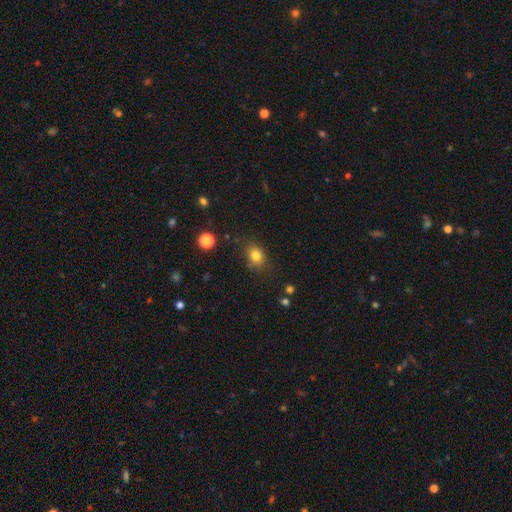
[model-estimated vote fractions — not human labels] Smooth or featured? smooth (81%)
How rounded? in between (52%)
Merging? none (79%)